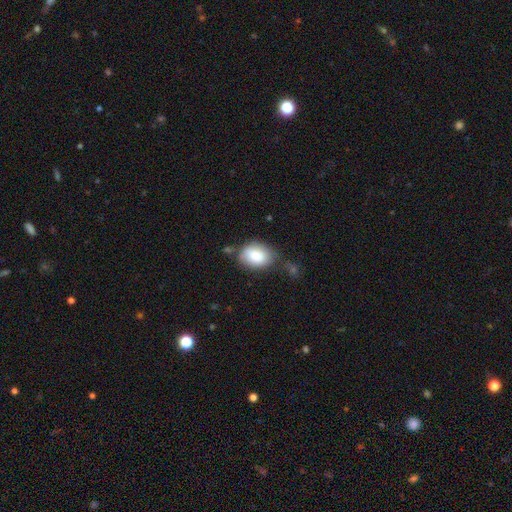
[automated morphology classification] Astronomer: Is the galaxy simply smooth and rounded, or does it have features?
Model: smooth — 82%.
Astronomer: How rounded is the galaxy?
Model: in between — 73%.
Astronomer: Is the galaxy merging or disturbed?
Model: none — 57%.